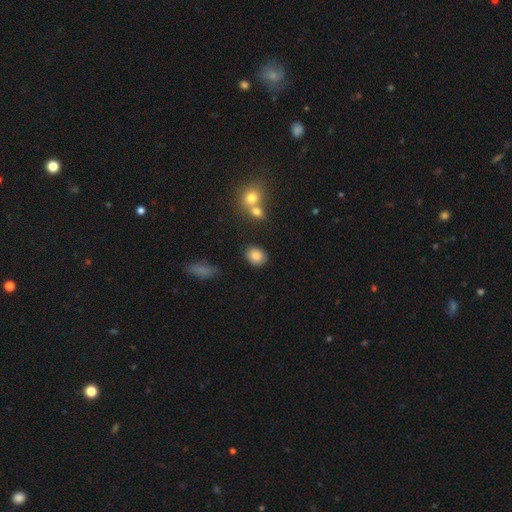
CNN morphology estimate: smooth 83%, star or artifact 9%, featured or disk 8%. Down the decision tree: how rounded — round (51%); merging — none (80%).